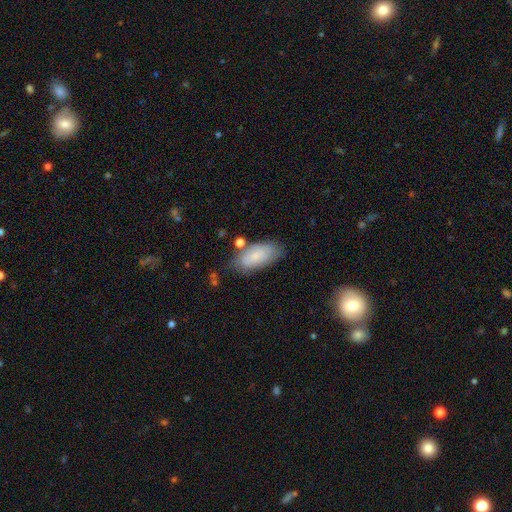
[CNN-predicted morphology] type=smooth (74%); roundness=in between (90%); merging=none (66%).